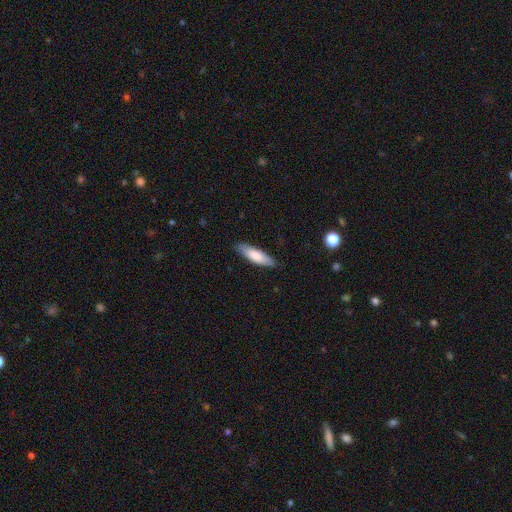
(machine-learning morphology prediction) Smooth or featured: smooth — 77% (featured or disk — 18%)
How rounded: cigar-shaped — 55% (in between — 43%)
Merging: none — 84% (minor disturbance — 12%)